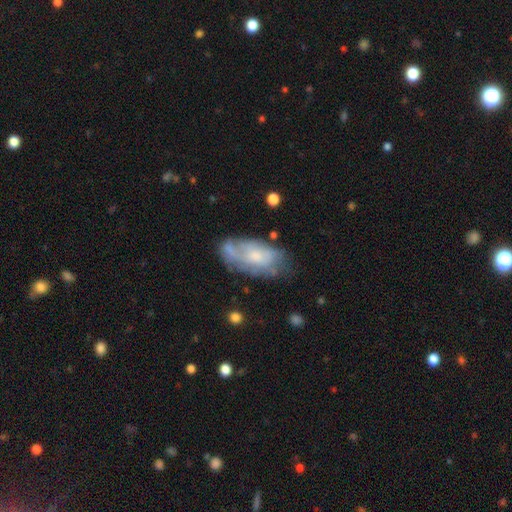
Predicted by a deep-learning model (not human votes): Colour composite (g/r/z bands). It shows a featured or disk galaxy (52%). Merging: none (55%).